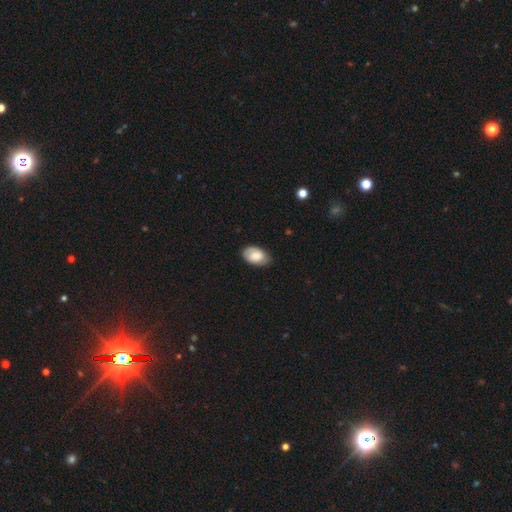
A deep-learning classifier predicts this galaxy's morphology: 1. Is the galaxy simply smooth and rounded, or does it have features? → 73% smooth, 20% featured or disk, 6% star or artifact.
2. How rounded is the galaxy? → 91% in between, 8% round, 1% cigar-shaped.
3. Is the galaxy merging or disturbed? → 71% none, 23% minor disturbance, 4% major disturbance, 1% merger.